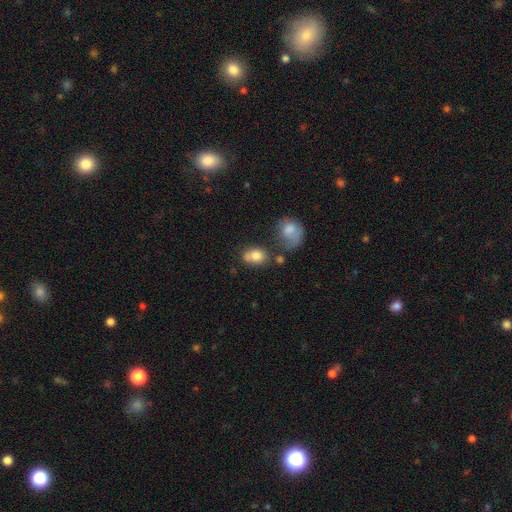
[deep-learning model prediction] This is likely a smooth galaxy (78%). How rounded: likely in between (64%). Merging: marginally none (43%).